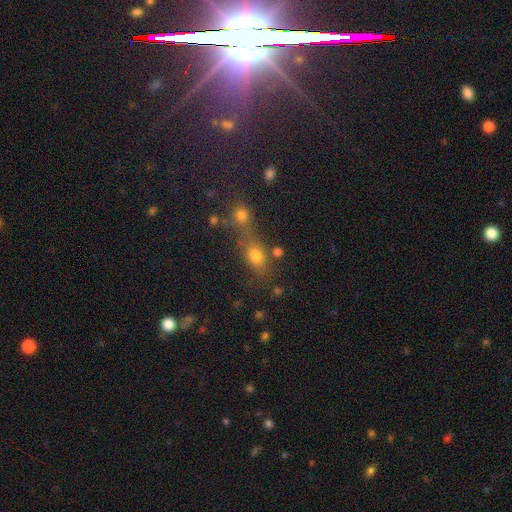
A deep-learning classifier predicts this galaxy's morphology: smooth_or_featured: smooth (p=0.72) [alt: star or artifact p=0.17]
how_rounded: in between (p=0.55) [alt: round p=0.40]
merging: none (p=0.43) [alt: merger p=0.38]